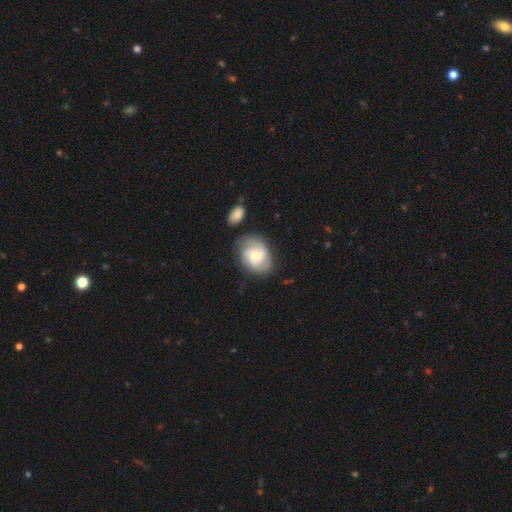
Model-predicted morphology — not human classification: featured or disk 62%, smooth 32%, star or artifact 6%. Down the decision tree: edge-on disk — no (97%); bar — no (55%); spiral arms — yes (89%); spiral arm count — 2 (48%); spiral winding — tight (43%); bulge size — moderate (46%); merging — none (68%).